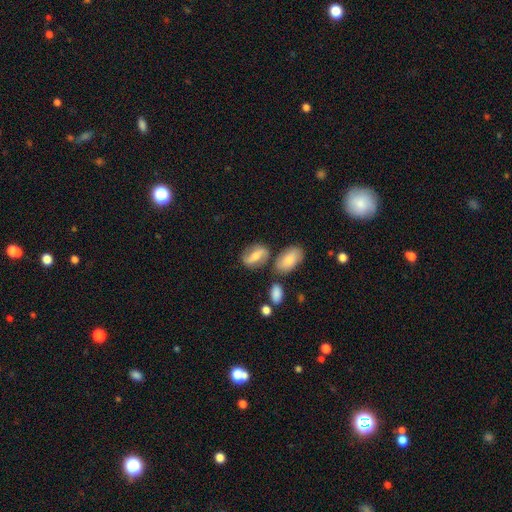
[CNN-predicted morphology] Smooth or featured: smooth — 49% (featured or disk — 43%)
Merging: none — 67% (minor disturbance — 16%)